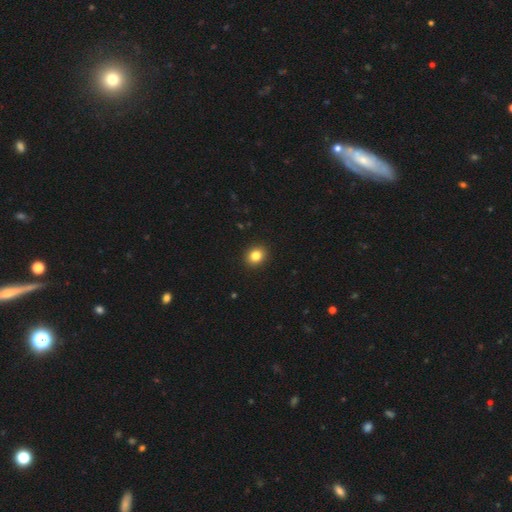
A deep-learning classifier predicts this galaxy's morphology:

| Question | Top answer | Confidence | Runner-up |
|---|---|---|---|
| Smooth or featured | smooth | 84% | star or artifact (10%) |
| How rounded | round | 68% | in between (31%) |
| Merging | none | 92% | minor disturbance (5%) |